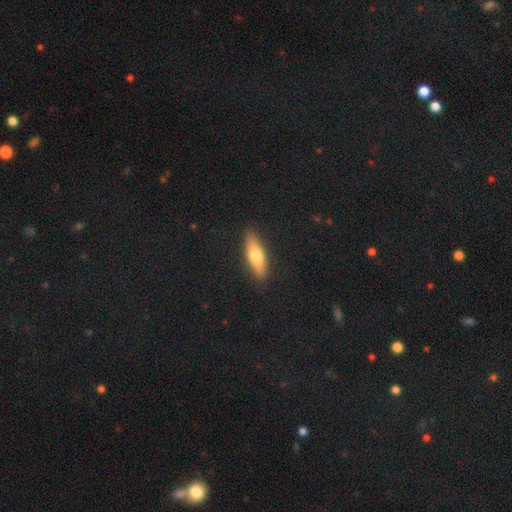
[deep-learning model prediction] This appears to be a smooth galaxy with no disk features (64%) that is cigar-shaped (50%). Merging: none (88%).